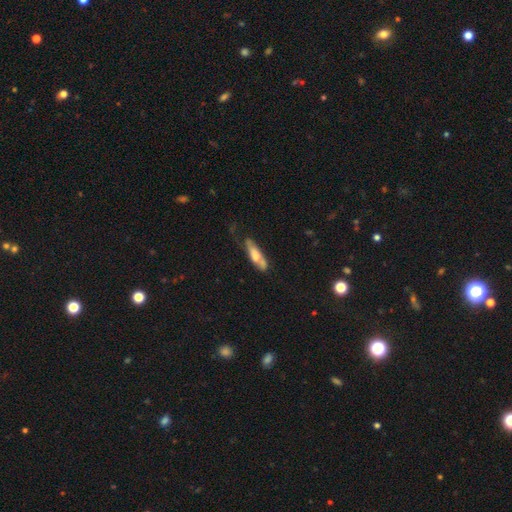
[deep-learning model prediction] Overall: smooth (53%; featured or disk 40%). How rounded: cigar-shaped (57%; in between 40%). Merging: none (43%; minor disturbance 30%).